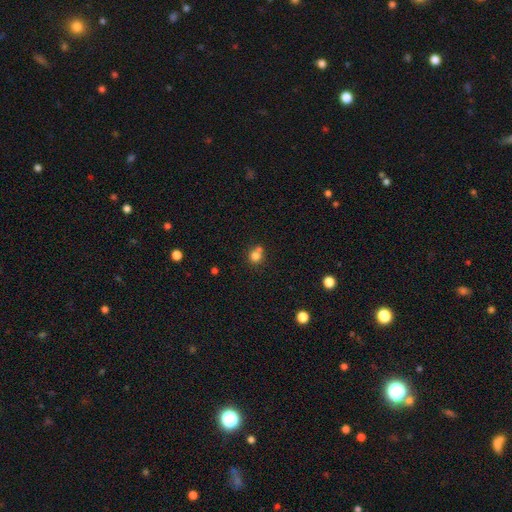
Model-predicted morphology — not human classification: smooth_or_featured: smooth (p=0.78) [alt: star or artifact p=0.13]
how_rounded: round (p=0.87) [alt: in between p=0.12]
merging: none (p=0.51) [alt: merger p=0.37]